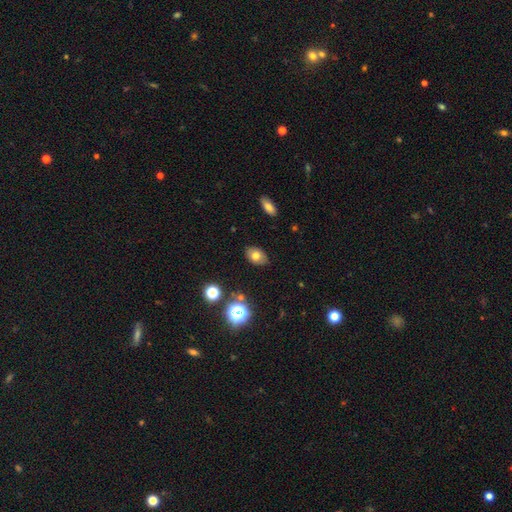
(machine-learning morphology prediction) Overall: smooth (72%). How rounded: in between (80%). Merging: none (82%).